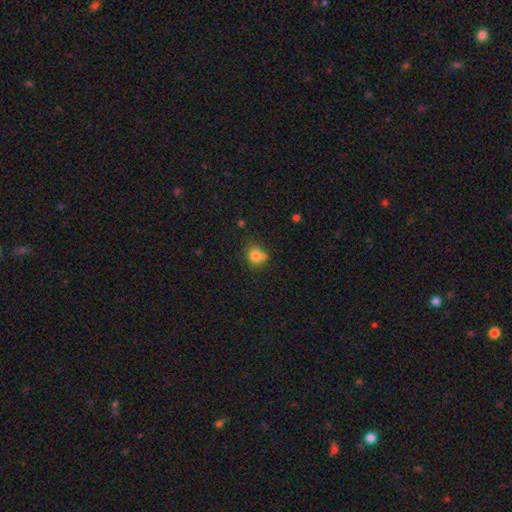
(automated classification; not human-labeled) Overall: smooth (81%). How rounded: round (79%). Merging: none (57%; merger 19%).